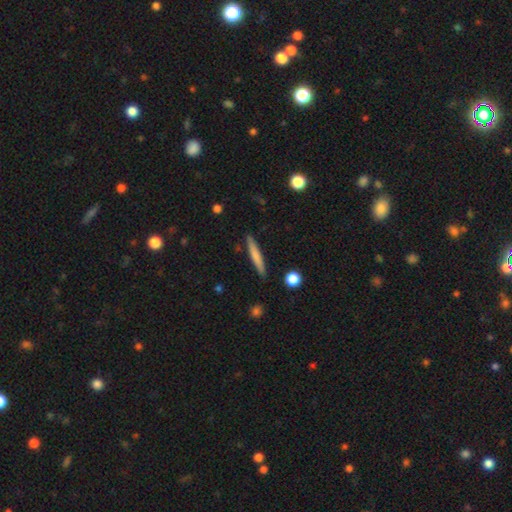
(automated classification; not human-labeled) This is likely a smooth galaxy (66%). How rounded: clearly cigar-shaped (95%). Merging: clearly none (89%).